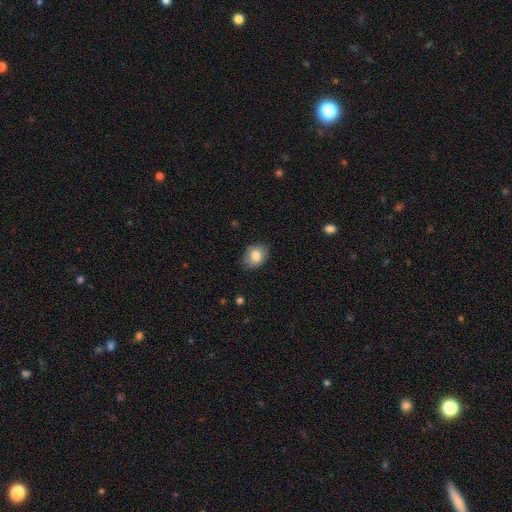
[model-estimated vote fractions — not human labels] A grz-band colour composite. It shows a smooth galaxy with no disk features (81%) that is in between round and cigar-shaped (59%). Merging: none (80%).